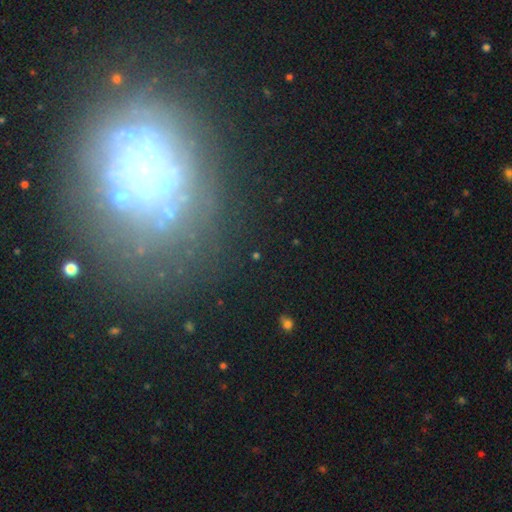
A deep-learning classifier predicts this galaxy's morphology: type=star or artifact (47%).